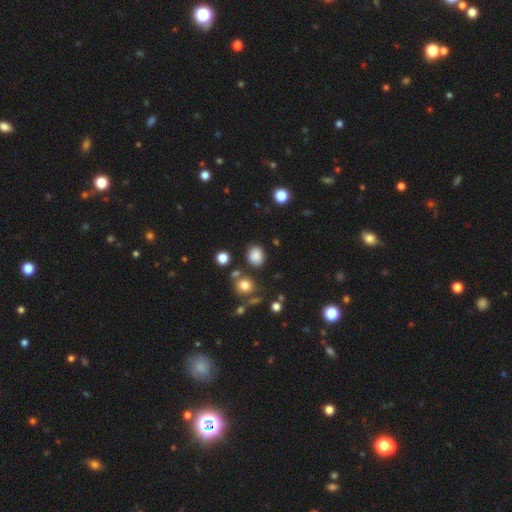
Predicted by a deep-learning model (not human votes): Smooth or featured?
  - smooth: 84% *
  - star or artifact: 12%
  - featured or disk: 5%
How rounded?
  - round: 64% *
  - in between: 35%
  - cigar-shaped: 1%
Merging?
  - none: 80% *
  - minor disturbance: 11%
  - merger: 5%
  - major disturbance: 4%